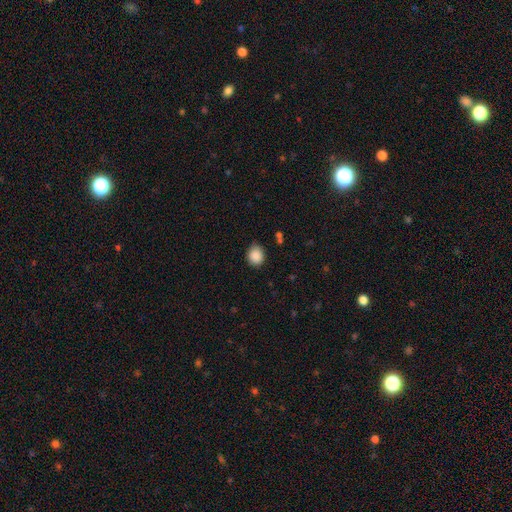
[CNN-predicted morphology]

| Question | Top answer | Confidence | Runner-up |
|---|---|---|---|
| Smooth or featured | smooth | 89% | star or artifact (8%) |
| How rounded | round | 62% | in between (37%) |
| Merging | none | 80% | minor disturbance (16%) |